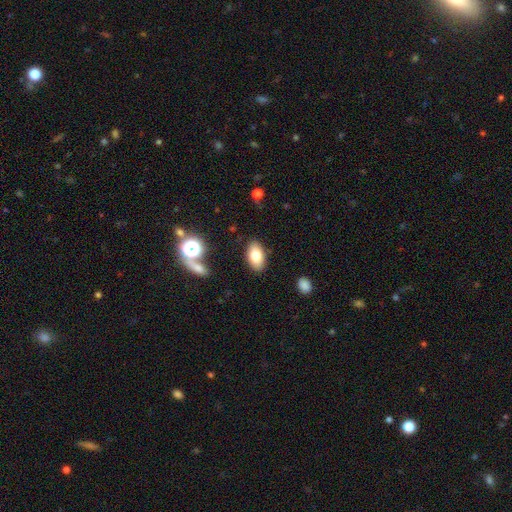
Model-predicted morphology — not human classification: type=smooth (79%); roundness=in between (92%); merging=none (86%).